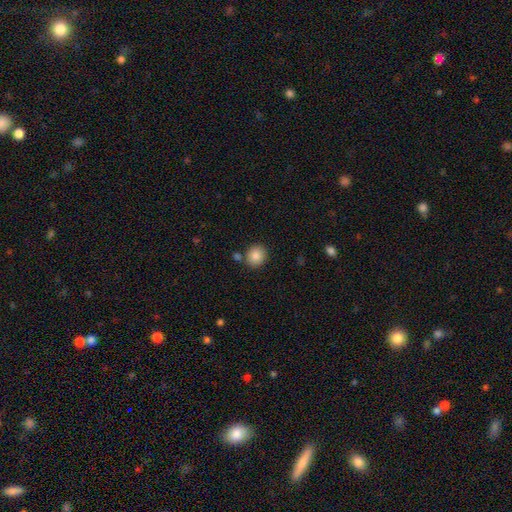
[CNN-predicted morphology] This appears to be a smooth galaxy with no disk features (87%) that is round (77%). Merging: none (80%).